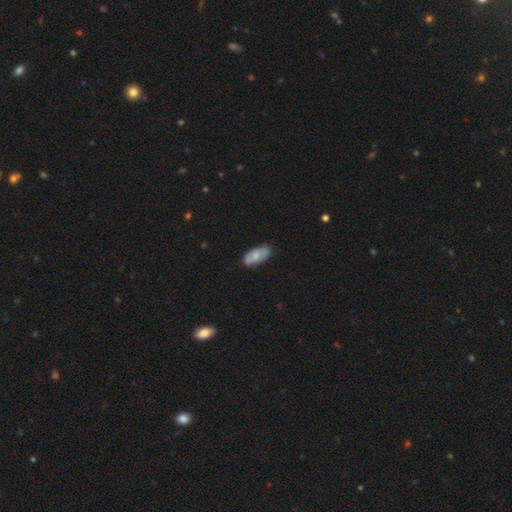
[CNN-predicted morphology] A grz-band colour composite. It shows a smooth galaxy with no disk features (62%) that is in between round and cigar-shaped (91%). Merging: none (72%).